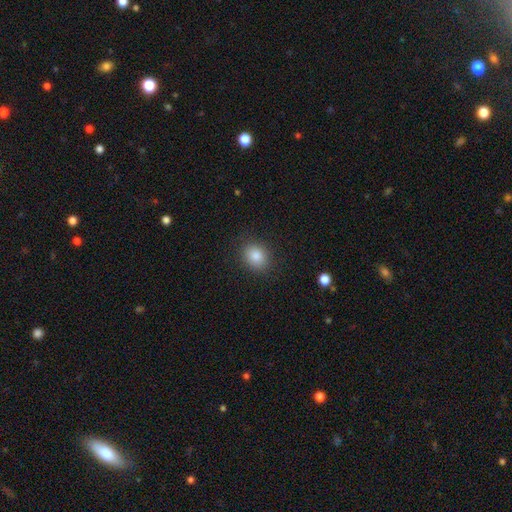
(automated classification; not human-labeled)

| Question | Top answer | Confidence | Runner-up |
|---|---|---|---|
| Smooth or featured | smooth | 84% | star or artifact (10%) |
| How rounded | round | 54% | in between (45%) |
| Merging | none | 87% | minor disturbance (9%) |